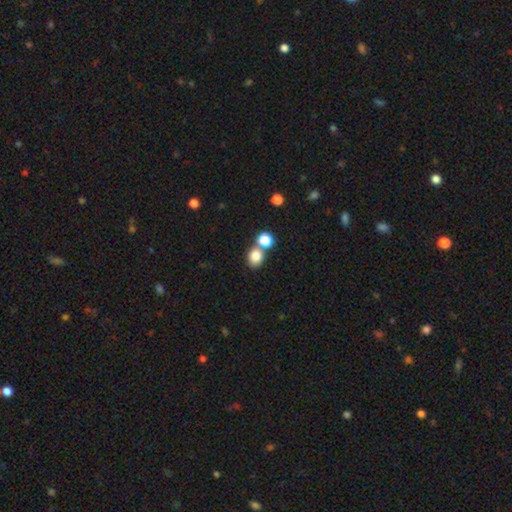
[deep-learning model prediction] Q: Smooth or featured?
A: smooth (82%); runner-up: star or artifact (12%)
Q: How rounded?
A: round (62%); runner-up: in between (37%)
Q: Merging?
A: none (58%); runner-up: merger (31%)